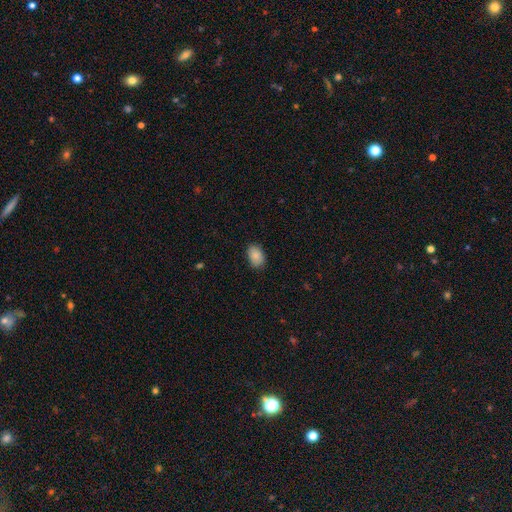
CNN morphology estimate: smooth_or_featured: smooth (p=0.89) [alt: star or artifact p=0.07]
how_rounded: in between (p=0.86) [alt: round p=0.12]
merging: none (p=0.87) [alt: minor disturbance p=0.10]